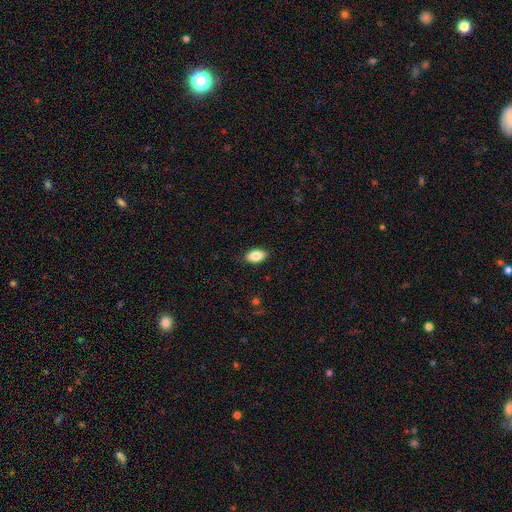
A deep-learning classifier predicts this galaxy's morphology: Smooth or featured: smooth — 85% (featured or disk — 8%)
How rounded: in between — 92% (round — 4%)
Merging: none — 87% (minor disturbance — 10%)